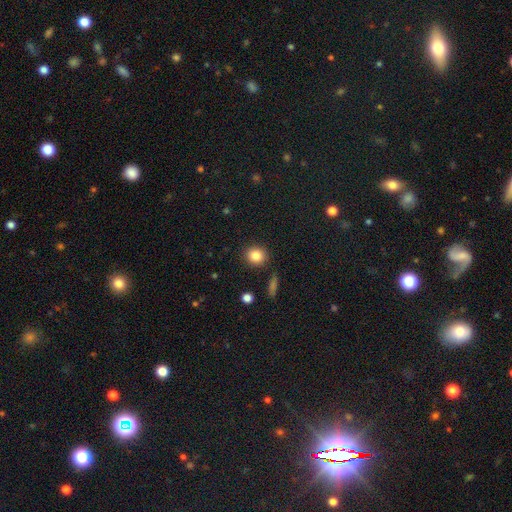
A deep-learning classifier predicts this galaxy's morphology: This appears to be a smooth galaxy with no disk features (85%) that is round (83%). Merging: none (88%).